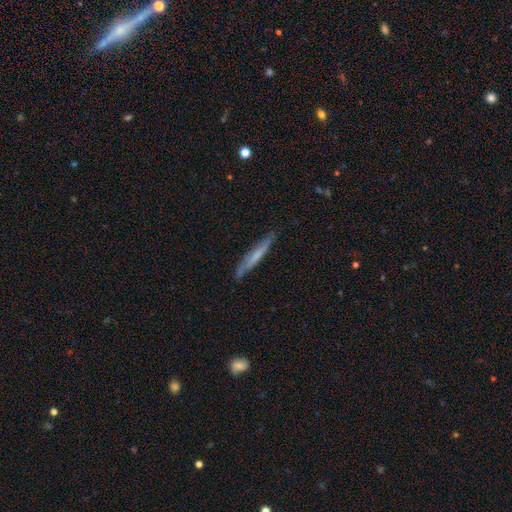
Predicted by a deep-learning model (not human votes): This appears to be a smooth galaxy with no disk features (48%). Merging: none (80%).